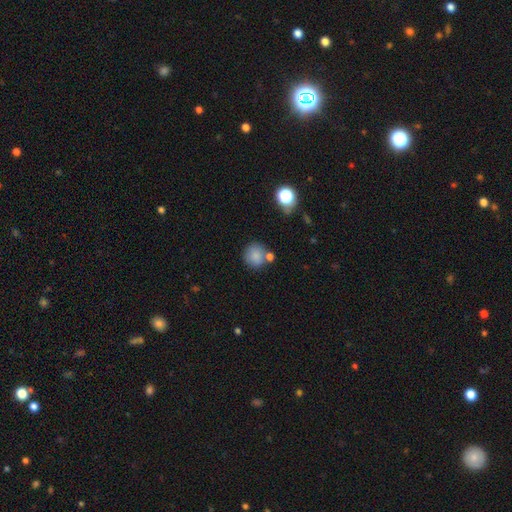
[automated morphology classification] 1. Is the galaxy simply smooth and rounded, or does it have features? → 83% smooth, 10% star or artifact, 7% featured or disk.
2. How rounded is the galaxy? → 87% round, 12% in between, 1% cigar-shaped.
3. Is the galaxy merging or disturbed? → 65% none, 18% merger, 13% minor disturbance, 4% major disturbance.